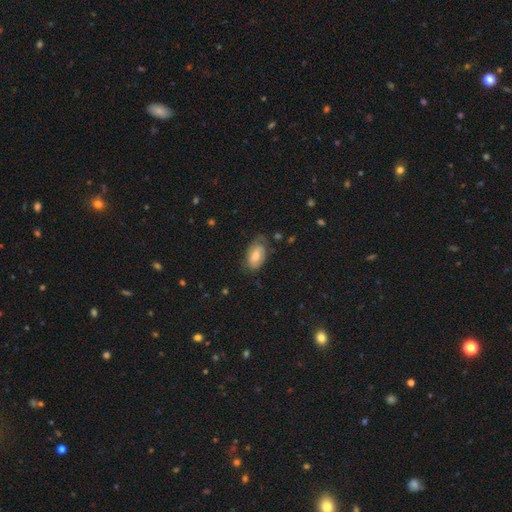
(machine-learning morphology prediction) Smooth or featured?
  - smooth: 62% *
  - featured or disk: 31%
  - star or artifact: 7%
How rounded?
  - in between: 92% *
  - round: 5%
  - cigar-shaped: 2%
Merging?
  - none: 59% *
  - minor disturbance: 29%
  - major disturbance: 11%
  - merger: 2%